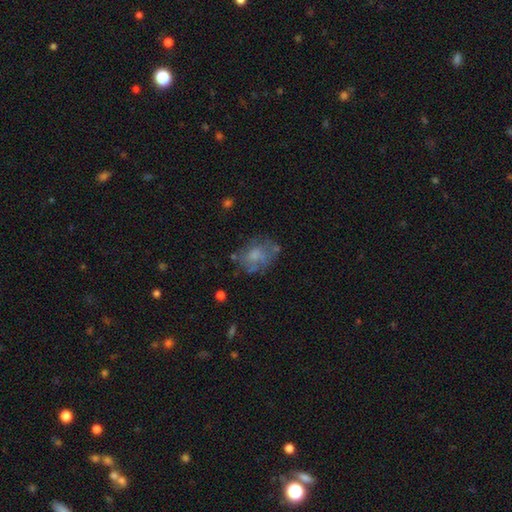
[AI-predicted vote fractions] A smooth galaxy with no disk features (52%) that is in between round and cigar-shaped (65%). Merging: none (53%).